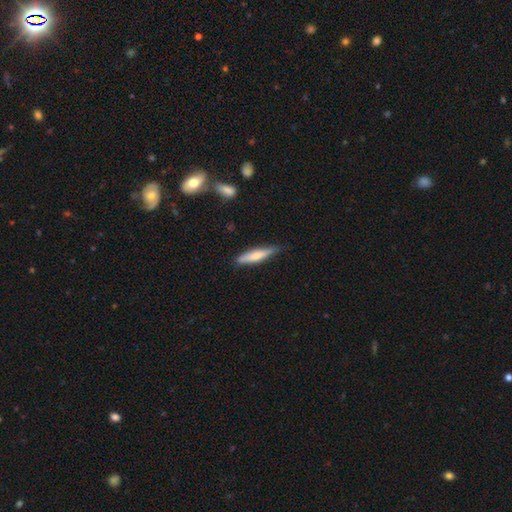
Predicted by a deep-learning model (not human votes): Smooth or featured: smooth — 65% (featured or disk — 29%)
How rounded: cigar-shaped — 83% (in between — 15%)
Merging: none — 78% (minor disturbance — 17%)